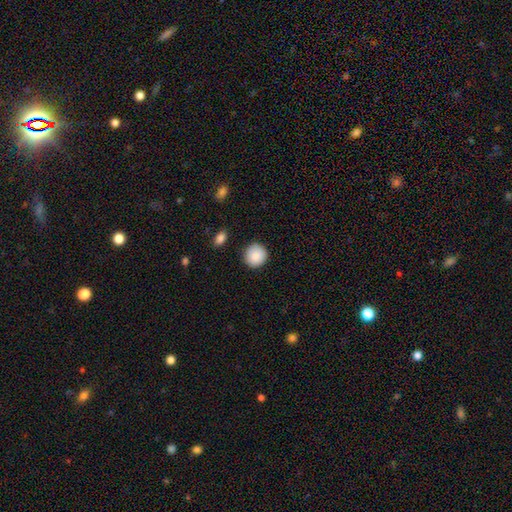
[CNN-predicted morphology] smooth-or-featured: smooth: 89% | star or artifact: 7% | featured or disk: 4%
  how-rounded: round: 93% | in between: 6% | cigar-shaped: 1%
  merging: none: 90% | minor disturbance: 7% | major disturbance: 2% | merger: 1%